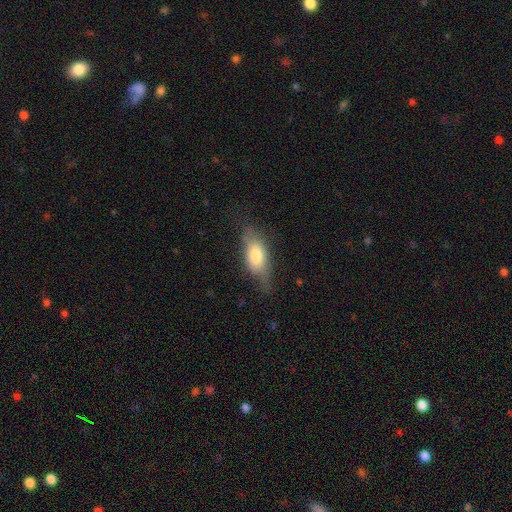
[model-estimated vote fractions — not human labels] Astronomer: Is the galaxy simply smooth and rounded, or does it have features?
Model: smooth — 71%.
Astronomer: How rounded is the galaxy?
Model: in between — 82%.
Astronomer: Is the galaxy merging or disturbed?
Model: none — 59%.